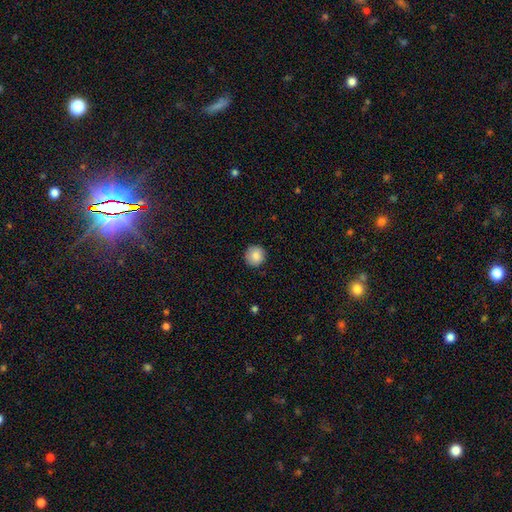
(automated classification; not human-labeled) smooth_or_featured: smooth (p=0.87) [alt: star or artifact p=0.08]
how_rounded: round (p=0.95) [alt: in between p=0.04]
merging: none (p=0.89) [alt: minor disturbance p=0.08]